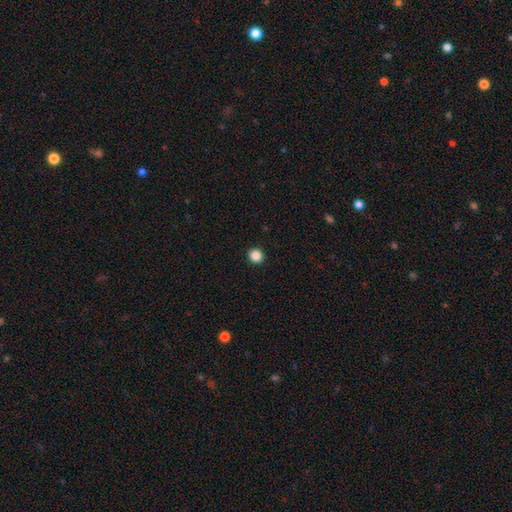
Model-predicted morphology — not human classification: Smooth or featured: smooth — 87% (star or artifact — 10%)
How rounded: round — 94% (in between — 5%)
Merging: none — 94% (minor disturbance — 4%)